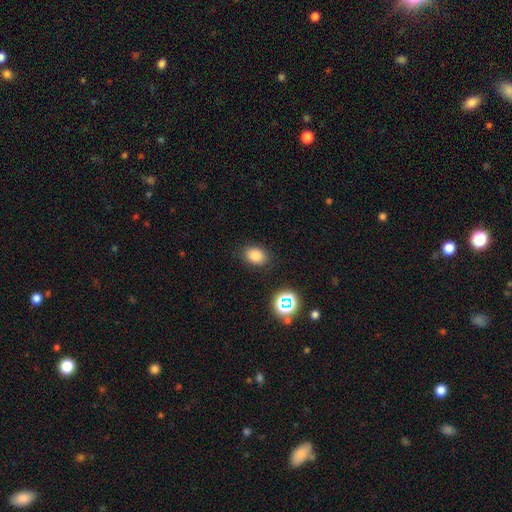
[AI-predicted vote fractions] smooth 81%, star or artifact 14%, featured or disk 5%. Down the decision tree: how rounded — in between (69%); merging — none (84%).